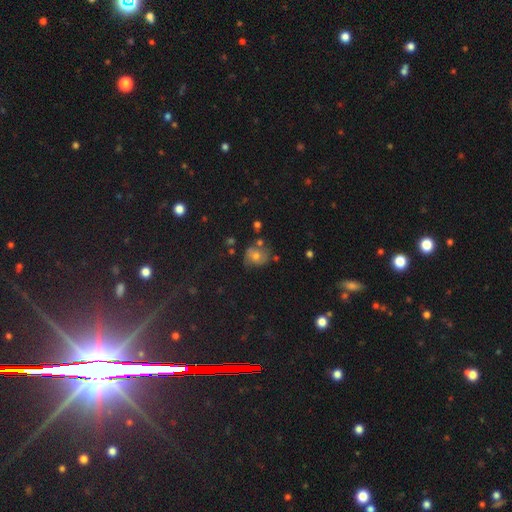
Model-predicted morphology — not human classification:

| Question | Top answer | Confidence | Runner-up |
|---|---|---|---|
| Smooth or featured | smooth | 50% | featured or disk (32%) |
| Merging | none | 58% | minor disturbance (24%) |